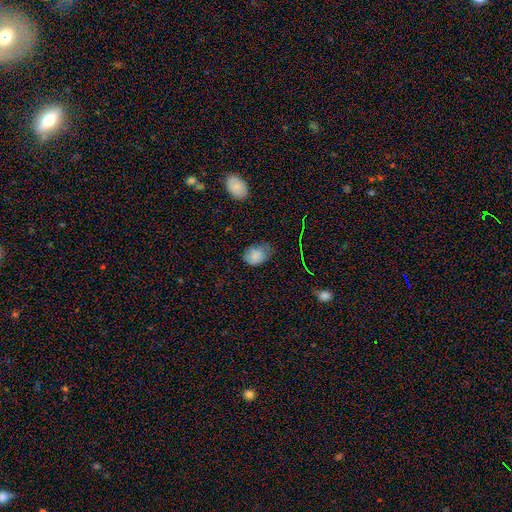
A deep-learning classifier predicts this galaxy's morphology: This is clearly a smooth galaxy (81%). How rounded: likely in between (73%). Merging: possibly none (54%).